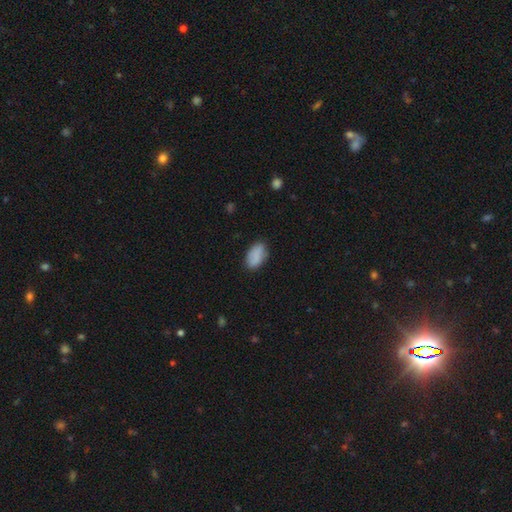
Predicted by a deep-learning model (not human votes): Q: Smooth or featured?
A: smooth (87%); runner-up: star or artifact (7%)
Q: How rounded?
A: in between (93%); runner-up: round (5%)
Q: Merging?
A: none (82%); runner-up: minor disturbance (14%)